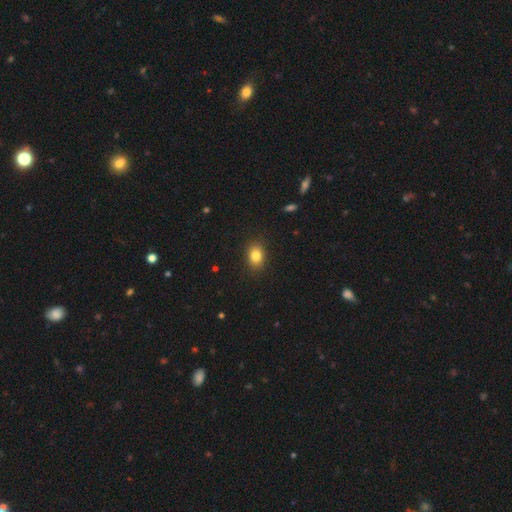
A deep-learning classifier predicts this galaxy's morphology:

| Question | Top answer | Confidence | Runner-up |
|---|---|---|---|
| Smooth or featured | smooth | 83% | star or artifact (10%) |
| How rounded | in between | 68% | round (31%) |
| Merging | none | 89% | minor disturbance (8%) |